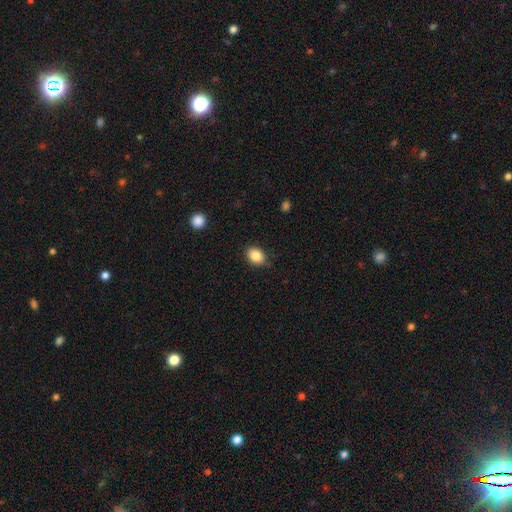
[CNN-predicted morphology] A smooth galaxy with no disk features (86%) that is in between round and cigar-shaped (67%).

Vote fractions:
- Smooth or featured? smooth: 86% / star or artifact: 9% / featured or disk: 5%
- How rounded? in between: 67% / round: 32% / cigar-shaped: 1%
- Merging? none: 82% / minor disturbance: 14% / major disturbance: 3% / merger: 1%